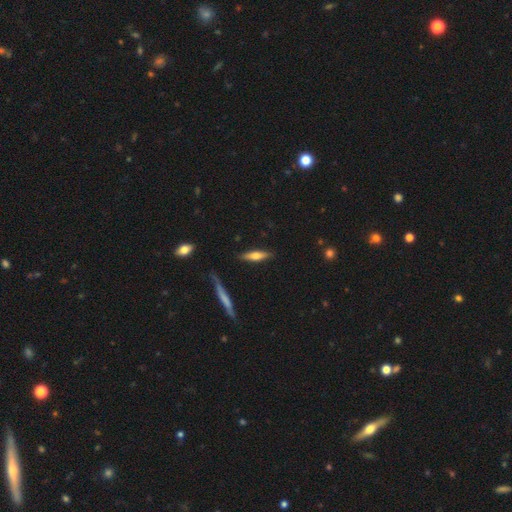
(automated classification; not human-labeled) smooth 58%, featured or disk 35%, star or artifact 6%. Down the decision tree: how rounded — cigar-shaped (71%); merging — none (85%).